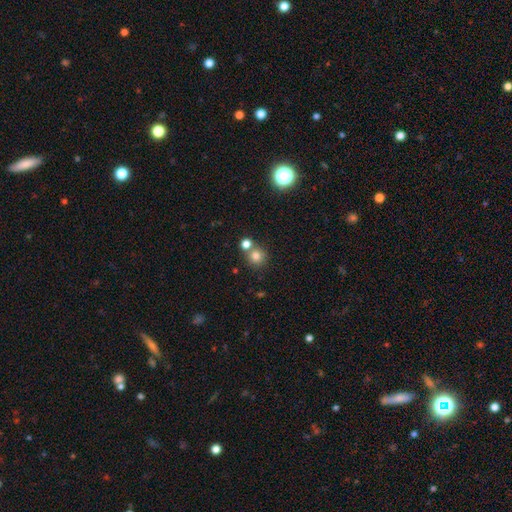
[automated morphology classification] Q: Smooth or featured?
A: smooth (78%); runner-up: star or artifact (14%)
Q: How rounded?
A: round (90%); runner-up: in between (9%)
Q: Merging?
A: none (64%); runner-up: merger (25%)